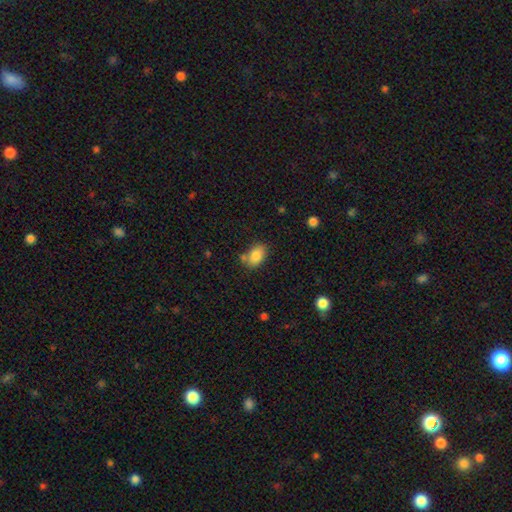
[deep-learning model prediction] Morphology: type=smooth (84%); roundness=in between (85%); merging=none (69%).